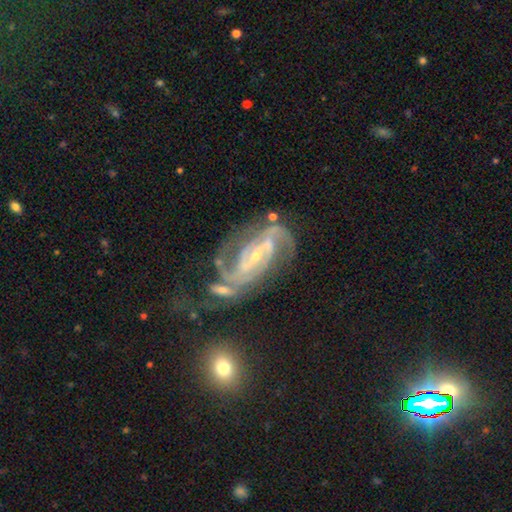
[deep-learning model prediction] Smooth or featured? featured or disk (89%)
Edge-on disk? no (96%)
Bar? strong (44%)
Spiral arms? yes (97%)
Spiral winding? medium (49%)
Spiral arm count? 2 (64%)
Bulge size? small (72%)
Merging? none (52%)